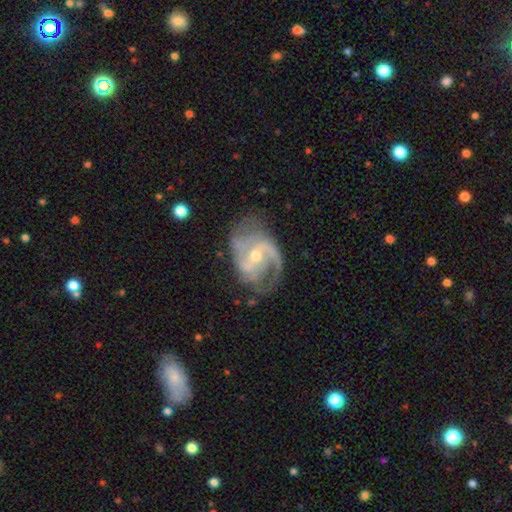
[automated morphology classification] This appears to be a featured or disk galaxy (90%) with a weak bar (48%), 2 (61%) medium (52%) spiral arms (97%) and a small central bulge (49%). Merging: none (62%).